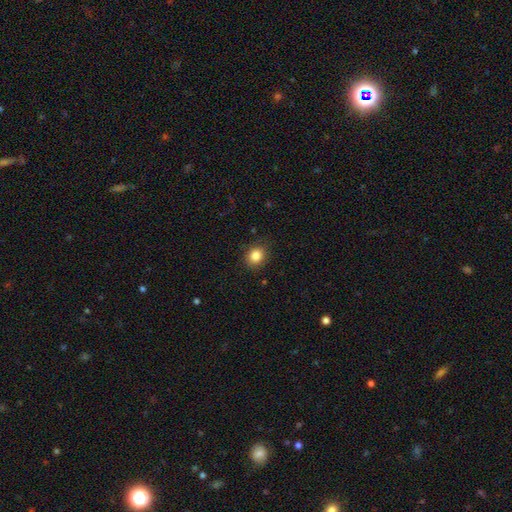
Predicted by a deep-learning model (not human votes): This is clearly a smooth galaxy (85%). How rounded: likely round (67%). Merging: clearly none (87%).